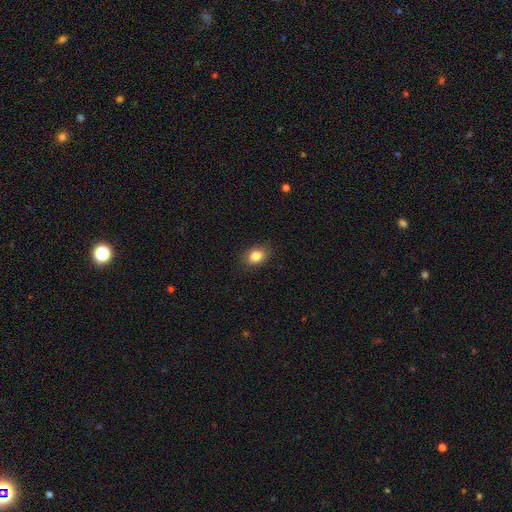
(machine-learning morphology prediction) Smooth or featured? Predicted: smooth (p=0.84). How rounded? Predicted: in between (p=0.69). Merging? Predicted: none (p=0.87).